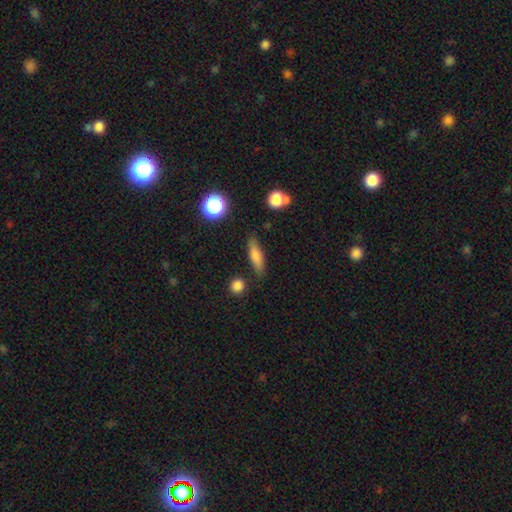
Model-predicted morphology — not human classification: This appears to be a smooth galaxy with no disk features (70%) that is cigar-shaped (57%). Merging: none (80%).